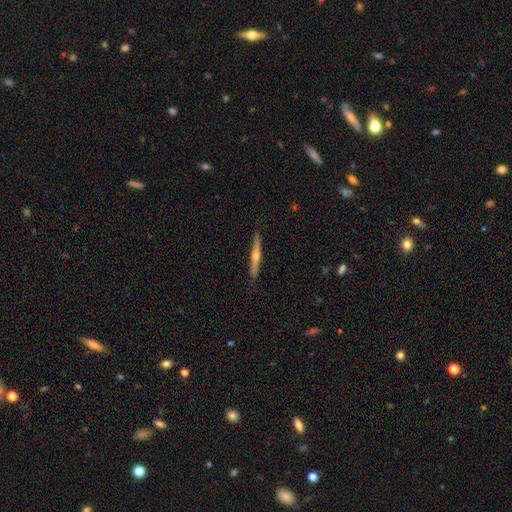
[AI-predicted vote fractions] smooth-or-featured: featured or disk: 69% | smooth: 25% | star or artifact: 6%
  disk-edge-on: yes: 98% | no: 2%
    edge-on-bulge: rounded: 87% | none: 9% | boxy: 3%
  merging: none: 89% | minor disturbance: 8% | major disturbance: 1% | merger: 1%